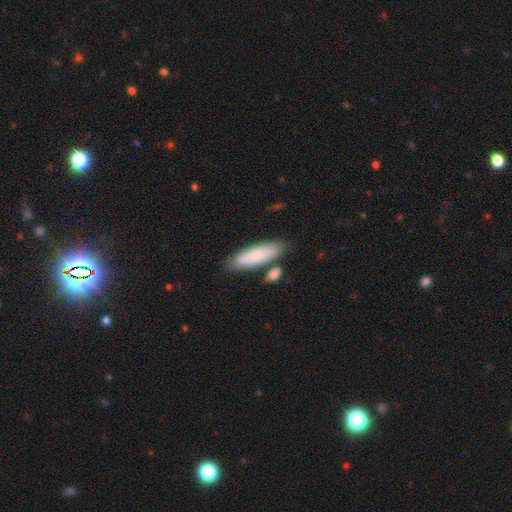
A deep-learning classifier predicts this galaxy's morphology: Q: Smooth or featured?
A: smooth (76%); runner-up: featured or disk (18%)
Q: How rounded?
A: in between (53%); runner-up: cigar-shaped (45%)
Q: Merging?
A: none (73%); runner-up: minor disturbance (14%)